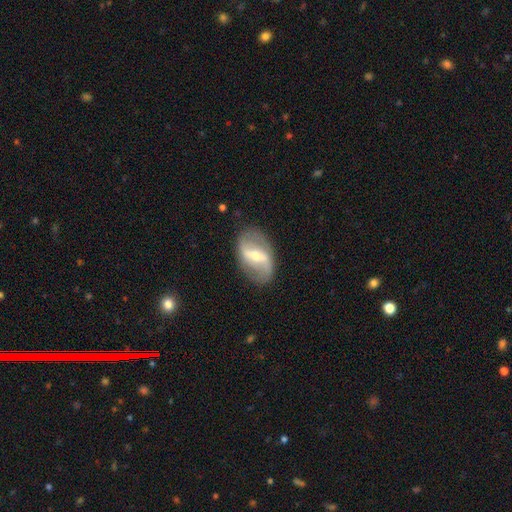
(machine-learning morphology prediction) Smooth or featured? featured or disk (77%)
Edge-on disk? no (95%)
Bar? strong (53%)
Spiral arms? yes (78%)
Spiral winding? loose (58%)
Spiral arm count? 2 (88%)
Bulge size? moderate (48%)
Merging? none (80%)